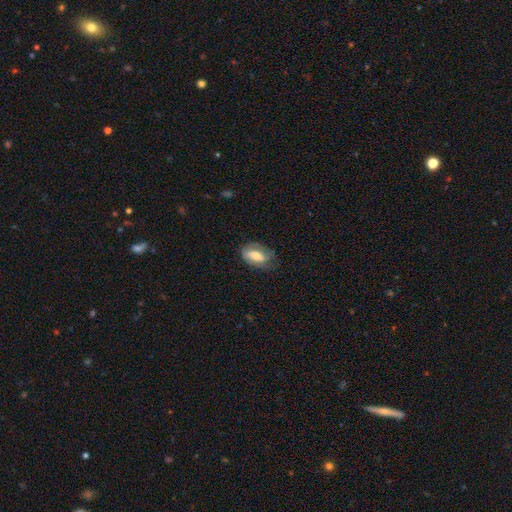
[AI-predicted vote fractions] smooth 56%, featured or disk 37%, star or artifact 7%. Down the decision tree: how rounded — in between (87%); merging — none (63%).